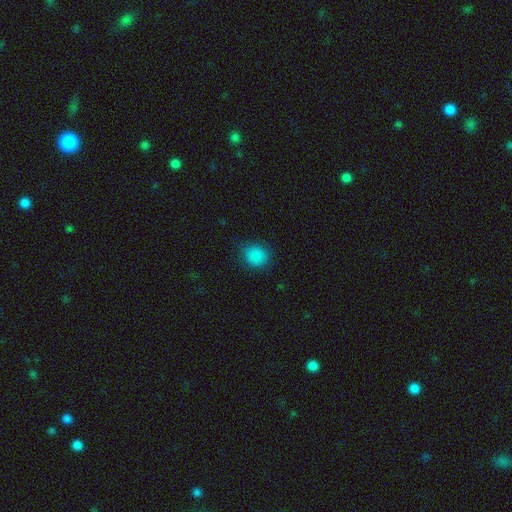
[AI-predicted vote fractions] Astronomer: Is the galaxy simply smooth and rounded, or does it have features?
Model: smooth — 86%.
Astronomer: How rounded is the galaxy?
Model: round — 76%.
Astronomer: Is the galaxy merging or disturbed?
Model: none — 84%.